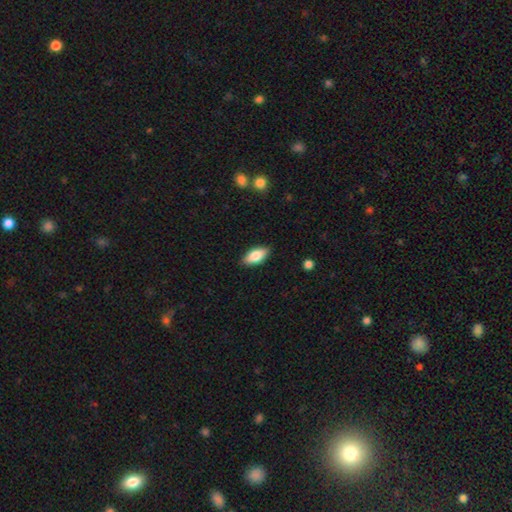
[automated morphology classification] smooth-or-featured: smooth: 78% | featured or disk: 15% | star or artifact: 7%
  how-rounded: in between: 87% | cigar-shaped: 11% | round: 3%
  merging: none: 87% | minor disturbance: 10% | major disturbance: 2% | merger: 1%